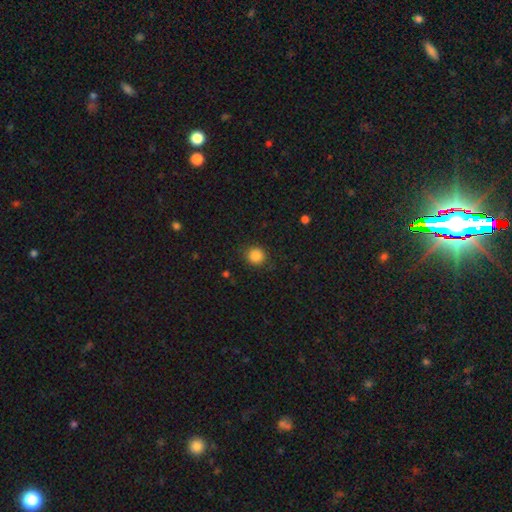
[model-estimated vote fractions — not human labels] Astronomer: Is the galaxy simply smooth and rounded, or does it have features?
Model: smooth — 86%.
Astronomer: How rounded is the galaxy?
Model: round — 87%.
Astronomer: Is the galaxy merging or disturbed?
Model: none — 85%.